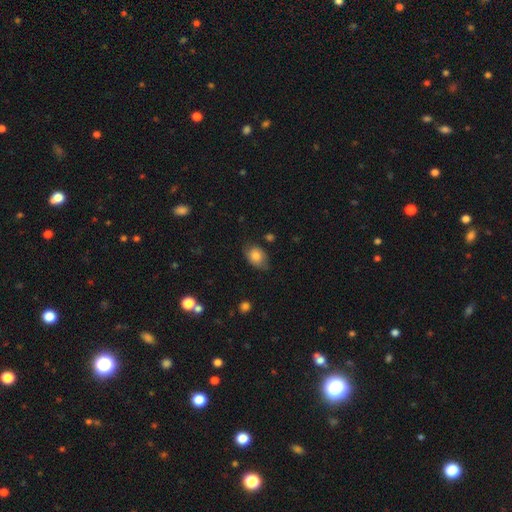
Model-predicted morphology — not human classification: smooth 81%, featured or disk 11%, star or artifact 8%. Down the decision tree: how rounded — in between (74%); merging — none (63%).